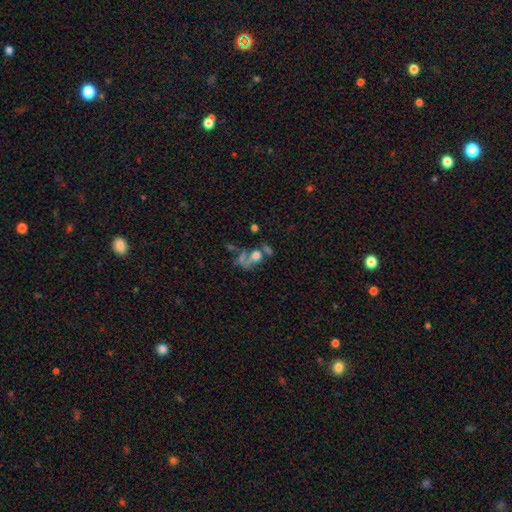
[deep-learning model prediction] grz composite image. It shows a smooth galaxy with no disk features (48%). Merging: merger (43%).